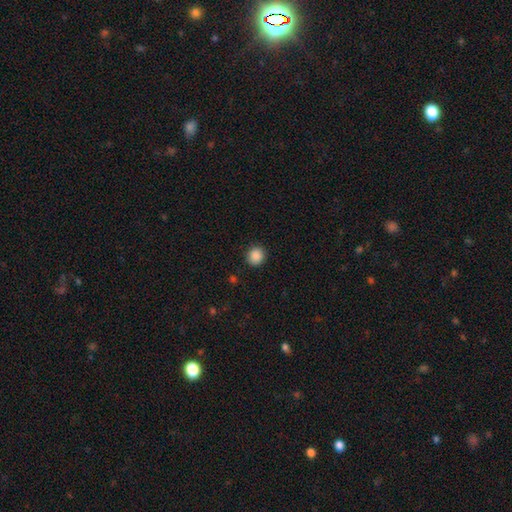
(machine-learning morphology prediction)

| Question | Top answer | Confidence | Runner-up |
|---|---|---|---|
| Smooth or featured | smooth | 88% | star or artifact (9%) |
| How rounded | round | 86% | in between (13%) |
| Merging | none | 90% | minor disturbance (7%) |